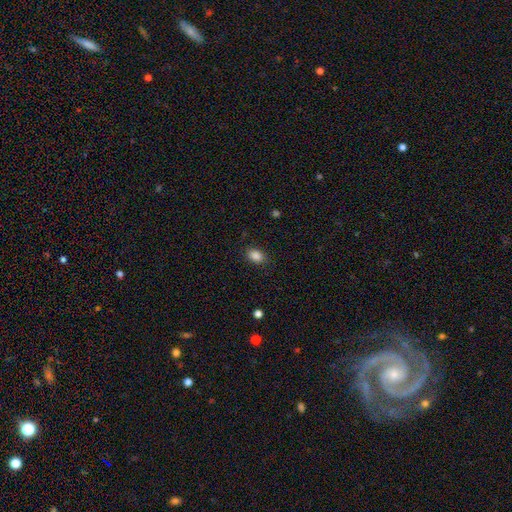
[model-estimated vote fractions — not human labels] A smooth galaxy with no disk features (87%) that is in between round and cigar-shaped (82%).

Vote fractions:
- Smooth or featured? smooth: 87% / star or artifact: 9% / featured or disk: 4%
- How rounded? in between: 82% / round: 17% / cigar-shaped: 1%
- Merging? none: 86% / minor disturbance: 10% / major disturbance: 3% / merger: 1%